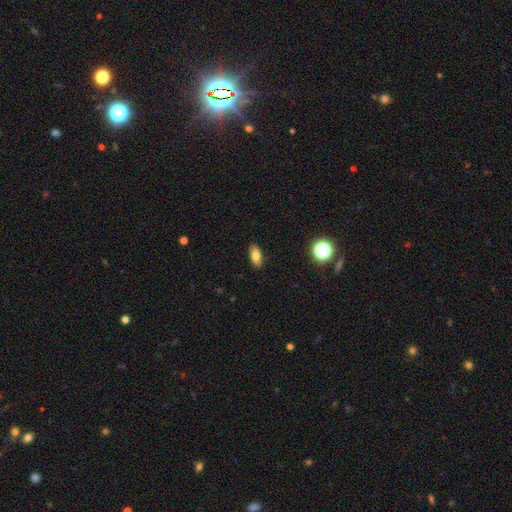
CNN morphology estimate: Smooth or featured? Predicted: smooth (p=0.76). How rounded? Predicted: in between (p=0.83). Merging? Predicted: none (p=0.89).